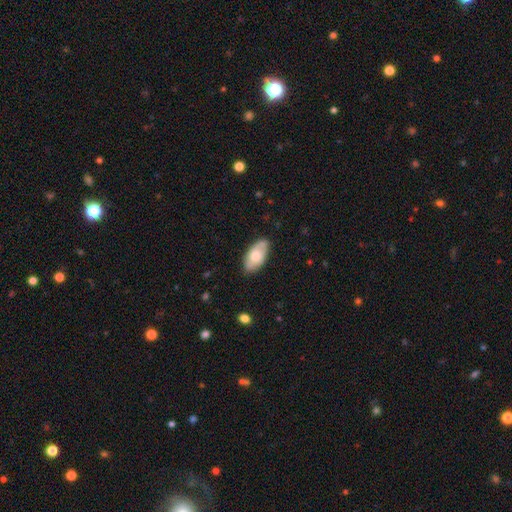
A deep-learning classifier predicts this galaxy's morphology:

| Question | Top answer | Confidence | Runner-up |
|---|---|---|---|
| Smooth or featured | smooth | 68% | featured or disk (26%) |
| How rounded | in between | 94% | cigar-shaped (4%) |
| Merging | none | 78% | minor disturbance (17%) |